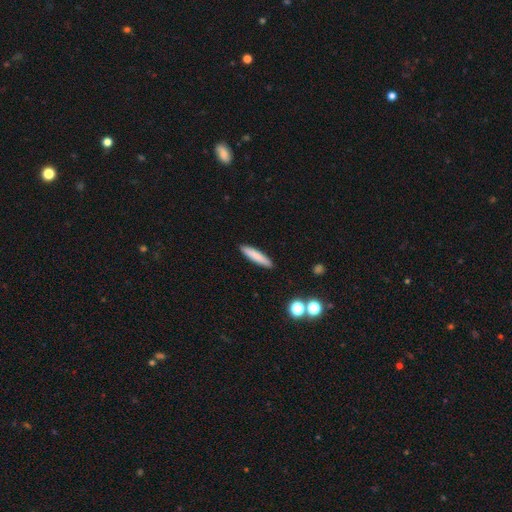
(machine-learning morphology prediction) A smooth galaxy with no disk features (81%) that is cigar-shaped (88%).

Vote fractions:
- Smooth or featured? smooth: 81% / featured or disk: 12% / star or artifact: 7%
- How rounded? cigar-shaped: 88% / in between: 10% / round: 1%
- Merging? none: 91% / minor disturbance: 6% / major disturbance: 1% / merger: 1%